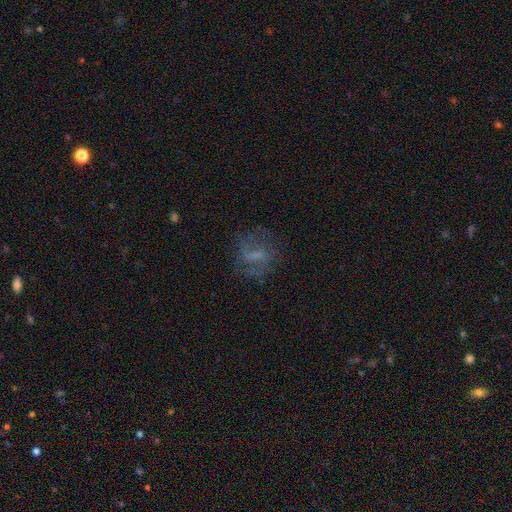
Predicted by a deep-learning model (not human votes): Smooth or featured?
  - featured or disk: 56% *
  - smooth: 30%
  - star or artifact: 13%
Edge-on disk?
  - no: 96% *
  - yes: 4%
Bar?
  - weak: 48% *
  - no: 27%
  - strong: 25%
Spiral arms?
  - yes: 67% *
  - no: 33%
Bulge size?
  - none: 41% *
  - small: 34%
  - moderate: 21%
  - large: 4%
  - dominant: 1%
Merging?
  - none: 62% *
  - major disturbance: 18%
  - minor disturbance: 18%
  - merger: 2%